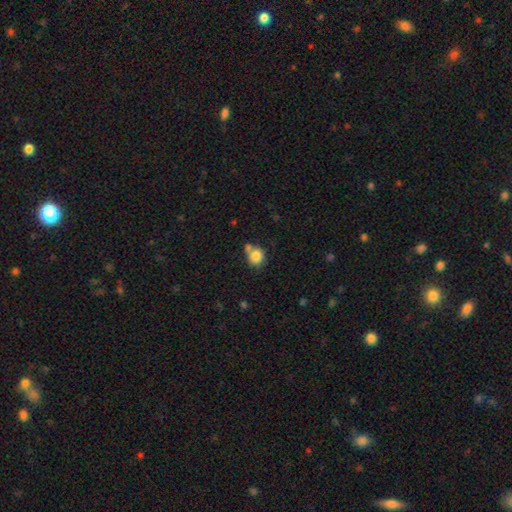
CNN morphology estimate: smooth_or_featured: smooth (p=0.83) [alt: star or artifact p=0.10]
how_rounded: round (p=0.82) [alt: in between p=0.17]
merging: none (p=0.56) [alt: merger p=0.27]